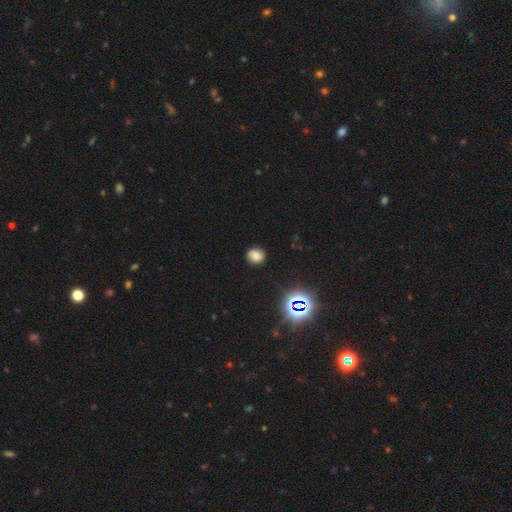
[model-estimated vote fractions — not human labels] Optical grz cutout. It shows a smooth galaxy with no disk features (70%) that is round (70%). Merging: none (85%).